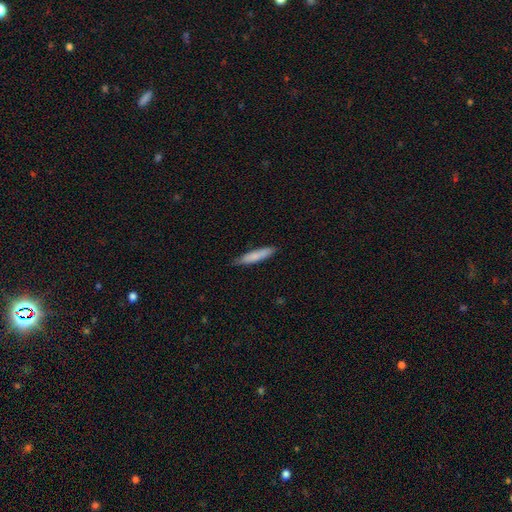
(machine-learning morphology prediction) The model was most divided on "smooth or featured": smooth: 80%, featured or disk: 15%, star or artifact: 6%. More confident: how rounded — cigar-shaped (87%); merging — none (82%).